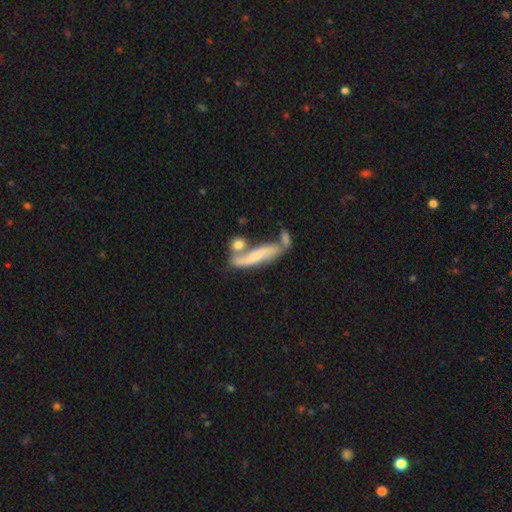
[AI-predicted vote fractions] Overall: featured or disk (55%; smooth 37%). Edge-on disk: no (58%; yes 42%). Merging: none (38%; merger 35%).